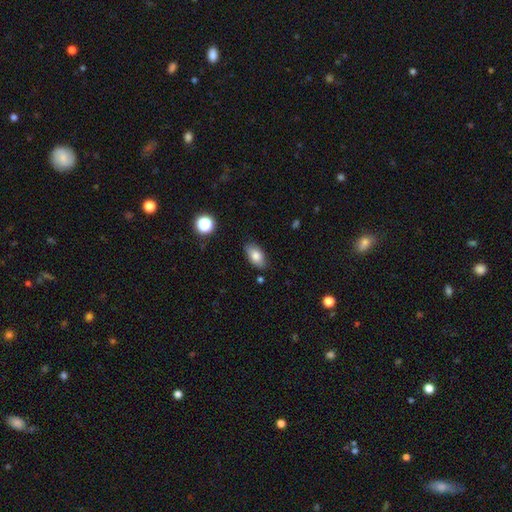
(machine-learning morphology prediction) A smooth galaxy with no disk features (80%) that is in between round and cigar-shaped (91%).

Vote fractions:
- Smooth or featured? smooth: 80% / featured or disk: 12% / star or artifact: 8%
- How rounded? in between: 91% / round: 5% / cigar-shaped: 4%
- Merging? none: 82% / minor disturbance: 13% / major disturbance: 3% / merger: 2%